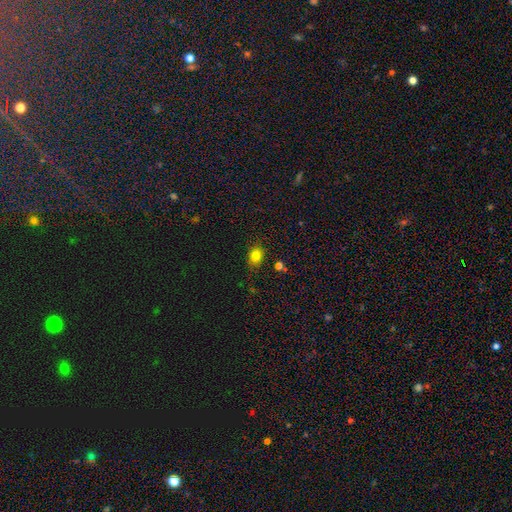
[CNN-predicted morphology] Q: Smooth or featured?
A: smooth (80%); runner-up: star or artifact (14%)
Q: How rounded?
A: in between (61%); runner-up: round (38%)
Q: Merging?
A: none (83%); runner-up: minor disturbance (12%)